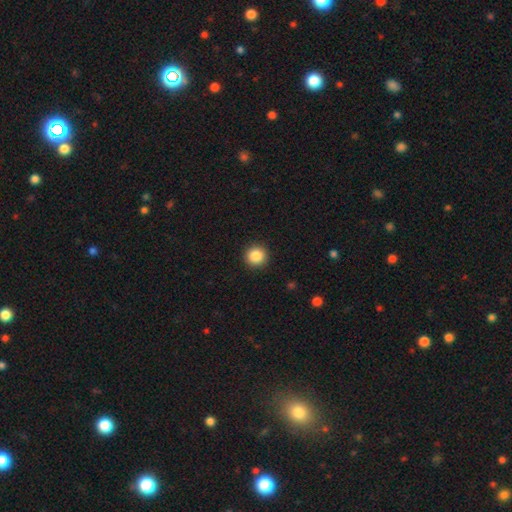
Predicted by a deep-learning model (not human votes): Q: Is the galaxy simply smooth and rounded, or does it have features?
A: smooth — 86%.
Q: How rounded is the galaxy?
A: round — 95%.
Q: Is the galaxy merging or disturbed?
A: none — 93%.